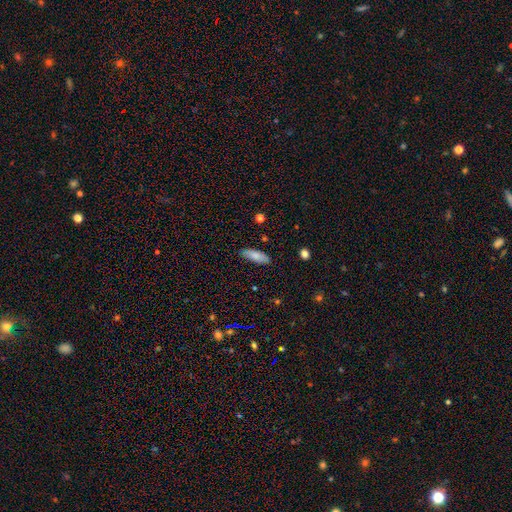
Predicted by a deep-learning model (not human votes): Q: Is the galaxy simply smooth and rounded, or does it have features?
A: smooth — 82%.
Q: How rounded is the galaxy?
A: in between — 63%.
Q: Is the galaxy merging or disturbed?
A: none — 84%.